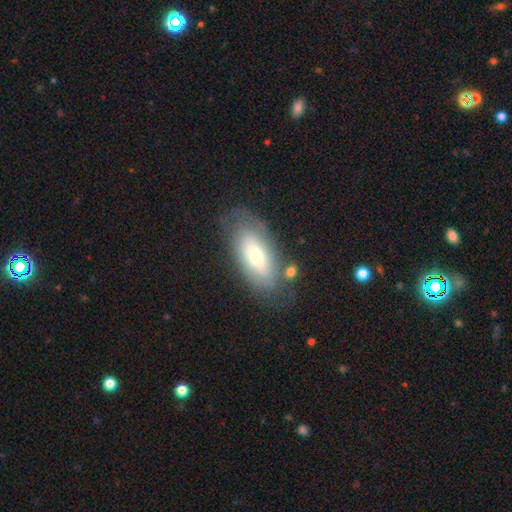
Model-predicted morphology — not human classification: This appears to be a smooth galaxy with no disk features (53%) that is in between round and cigar-shaped (87%). Merging: none (61%).